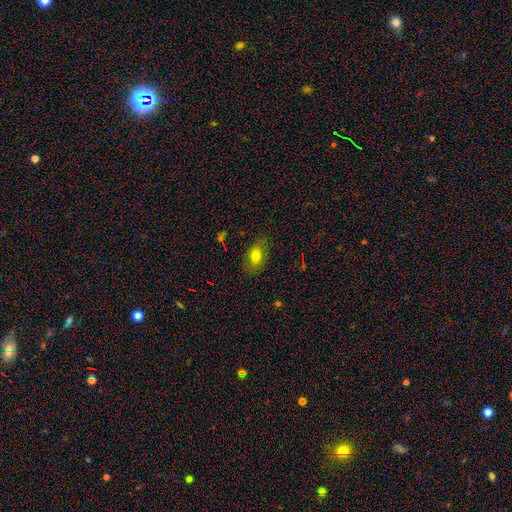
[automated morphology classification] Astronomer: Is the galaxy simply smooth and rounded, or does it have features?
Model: smooth — 74%.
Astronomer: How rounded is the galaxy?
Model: in between — 86%.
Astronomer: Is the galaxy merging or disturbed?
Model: none — 77%.